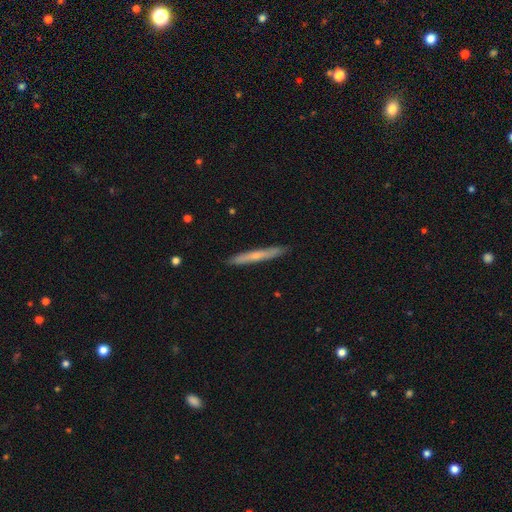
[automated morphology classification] Smooth or featured: featured or disk — 48% (smooth — 46%)
Merging: none — 90% (minor disturbance — 8%)